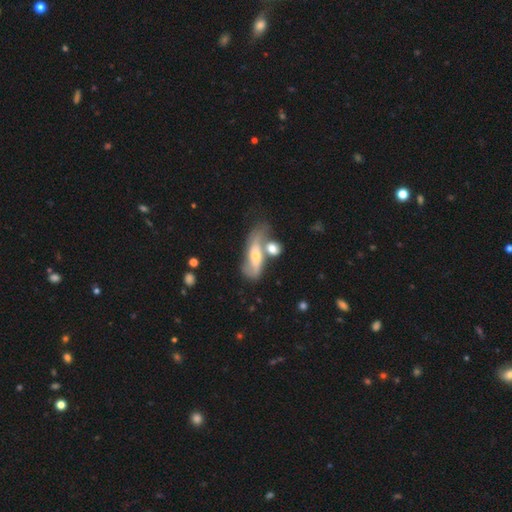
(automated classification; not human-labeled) A featured or disk galaxy (59%). Merging: merger (37%).